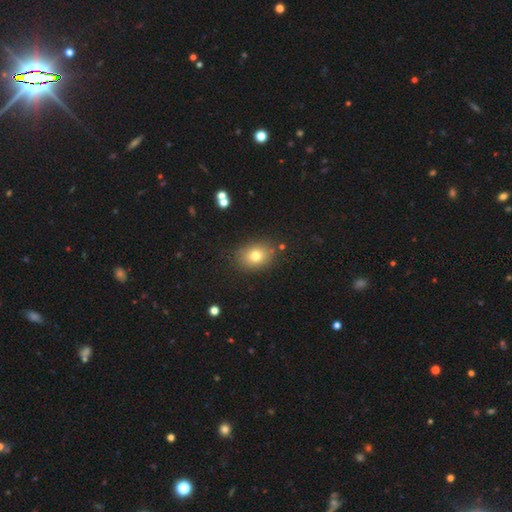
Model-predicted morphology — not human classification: Q: Smooth or featured?
A: smooth (77%); runner-up: star or artifact (12%)
Q: How rounded?
A: in between (56%); runner-up: round (43%)
Q: Merging?
A: none (84%); runner-up: minor disturbance (10%)